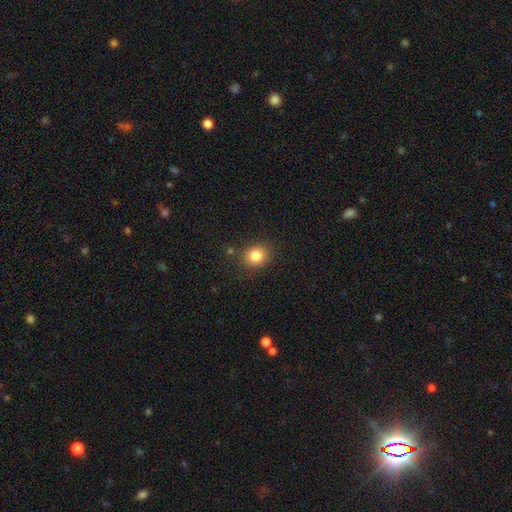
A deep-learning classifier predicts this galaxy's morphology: Q: Smooth or featured?
A: smooth (82%); runner-up: star or artifact (11%)
Q: How rounded?
A: round (75%); runner-up: in between (24%)
Q: Merging?
A: none (85%); runner-up: minor disturbance (9%)